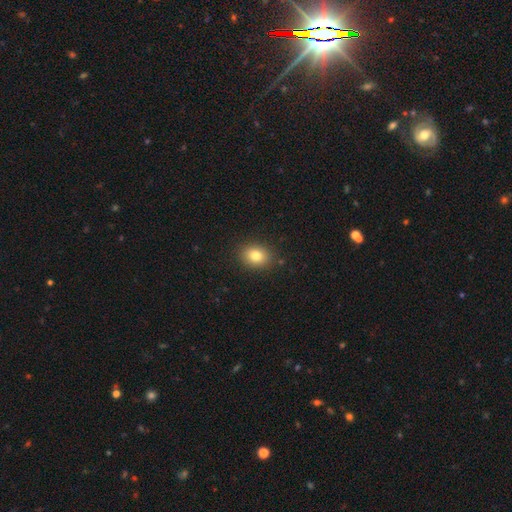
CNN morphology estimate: Smooth or featured: smooth — 81% (star or artifact — 11%)
How rounded: in between — 56% (round — 43%)
Merging: none — 89% (minor disturbance — 8%)